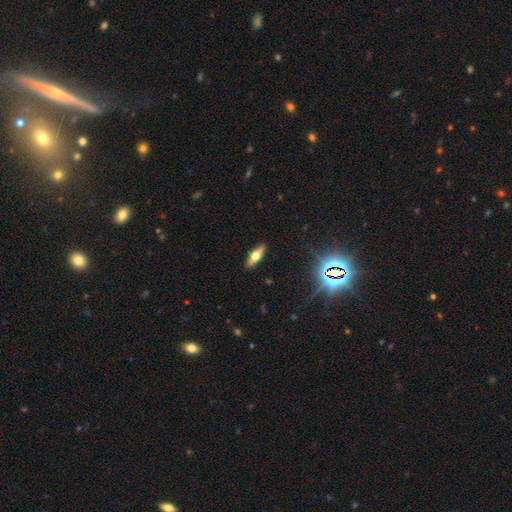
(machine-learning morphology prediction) A smooth galaxy with no disk features (49%).

Vote fractions:
- Smooth or featured? smooth: 49% / featured or disk: 41% / star or artifact: 10%
- Merging? none: 90% / minor disturbance: 7% / major disturbance: 2% / merger: 1%